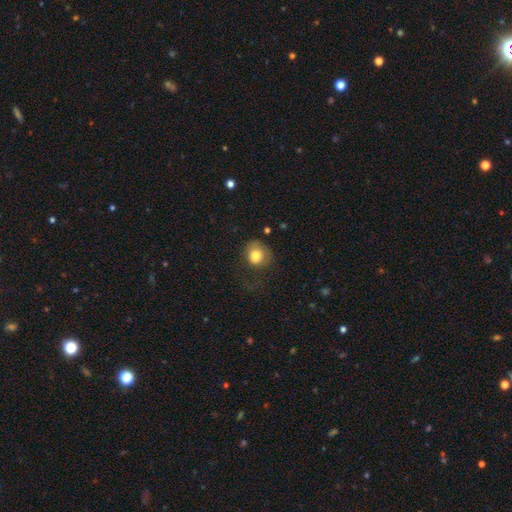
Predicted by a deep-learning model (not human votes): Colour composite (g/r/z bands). It shows a smooth galaxy with no disk features (78%) that is round (70%). Merging: none (44%).